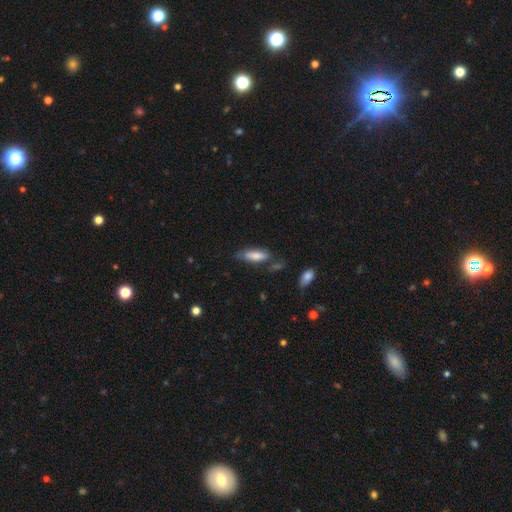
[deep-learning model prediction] Morphology: type=smooth (76%); roundness=in between (54%); merging=none (57%).